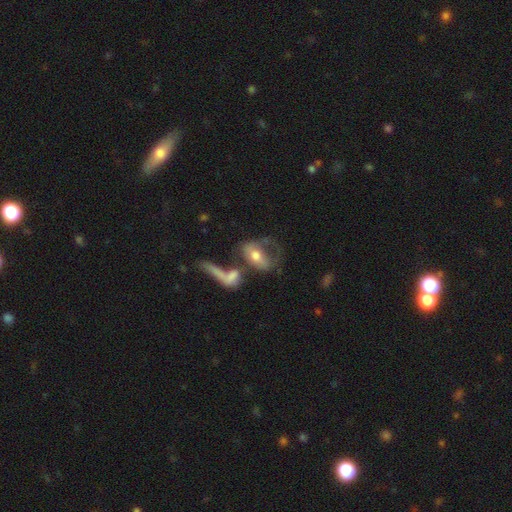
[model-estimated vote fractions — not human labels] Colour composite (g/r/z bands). It shows a smooth galaxy with no disk features (46%, tied with featured or disk). Merging: merger (40%).